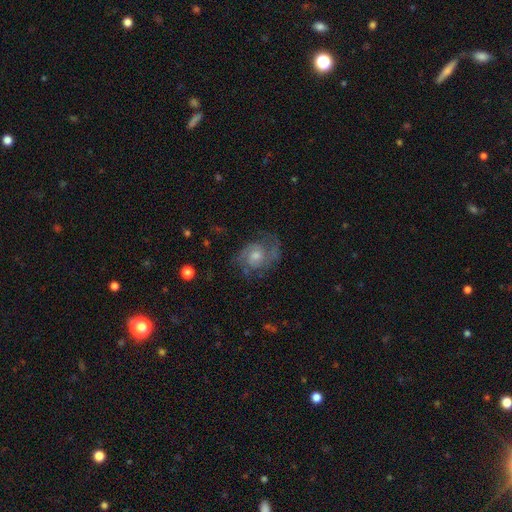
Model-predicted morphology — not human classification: Smooth or featured: featured or disk — 79% (smooth — 12%)
Edge-on disk: no — 97% (yes — 3%)
Bar: no — 68% (weak — 28%)
Spiral arms: yes — 94% (no — 6%)
Spiral winding: medium — 49% (tight — 35%)
Spiral arm count: 2 — 65% (can't tell — 15%)
Bulge size: moderate — 54% (small — 34%)
Merging: none — 70% (minor disturbance — 17%)